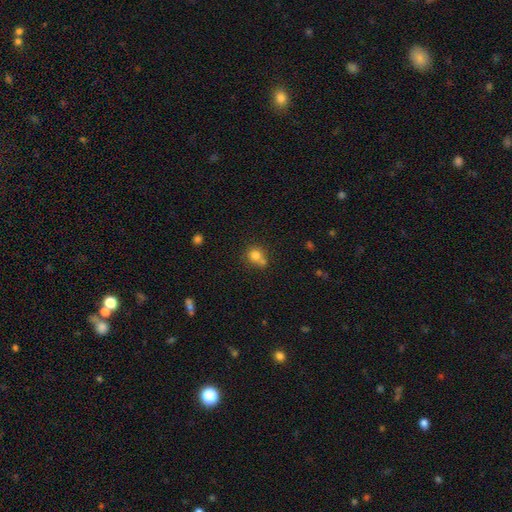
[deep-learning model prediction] Overall: smooth (79%). How rounded: round (80%). Merging: none (46%; merger 36%).